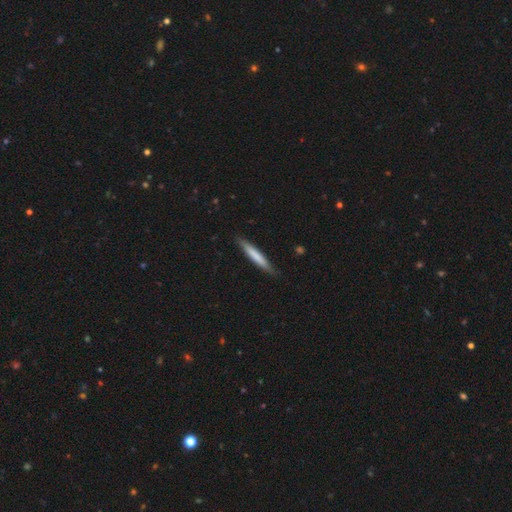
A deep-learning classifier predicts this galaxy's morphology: smooth 69%, featured or disk 25%, star or artifact 5%. Down the decision tree: how rounded — cigar-shaped (94%); merging — none (85%).